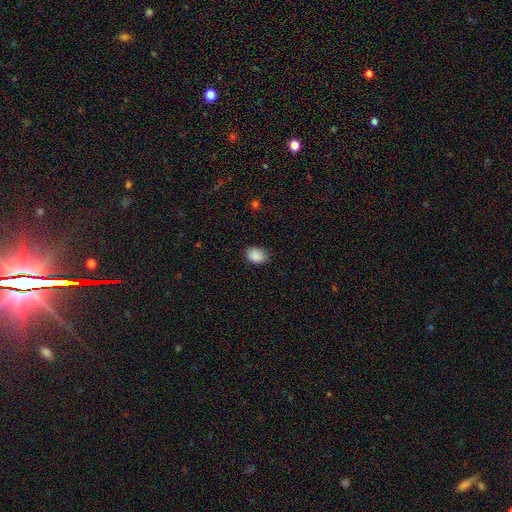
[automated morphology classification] Smooth or featured? Predicted: smooth (p=0.89). How rounded? Predicted: in between (p=0.69). Merging? Predicted: none (p=0.84).